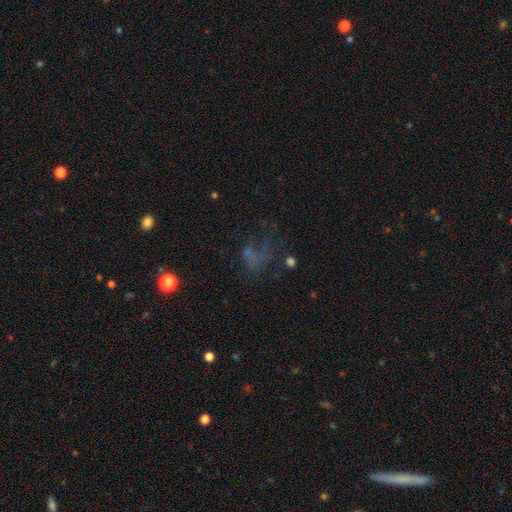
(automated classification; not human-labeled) Overall: star or artifact (34%; smooth 33%).